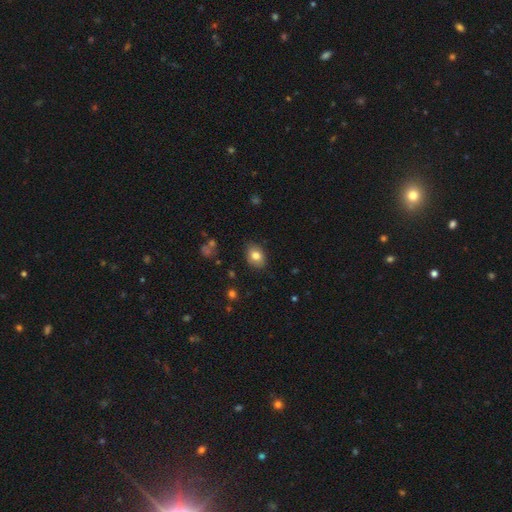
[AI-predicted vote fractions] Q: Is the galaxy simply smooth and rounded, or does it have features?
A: smooth — 80%.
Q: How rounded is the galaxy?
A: in between — 67%.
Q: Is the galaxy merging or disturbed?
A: none — 85%.